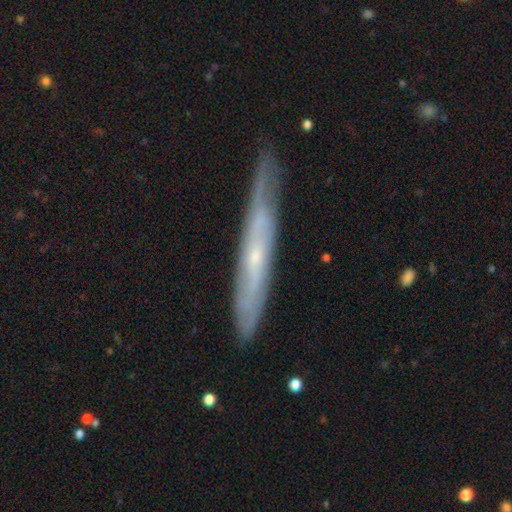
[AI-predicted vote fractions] This is likely a featured or disk galaxy (70%). It is likely viewed edge-on (74%). Edge-on bulge: possibly none (58%). Merging: likely none (79%).